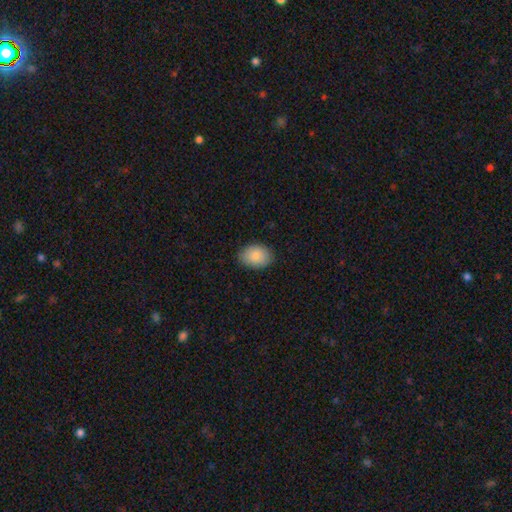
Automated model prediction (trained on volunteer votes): Smooth or featured? smooth (85%)
How rounded? in between (79%)
Merging? none (85%)